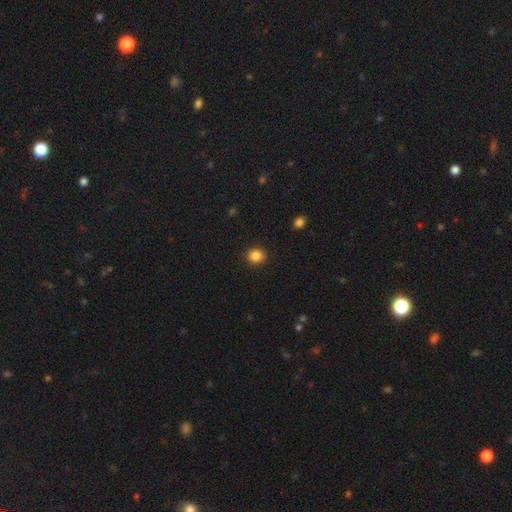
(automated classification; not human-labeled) A smooth galaxy with no disk features (86%) that is round (85%). Merging: none (91%).